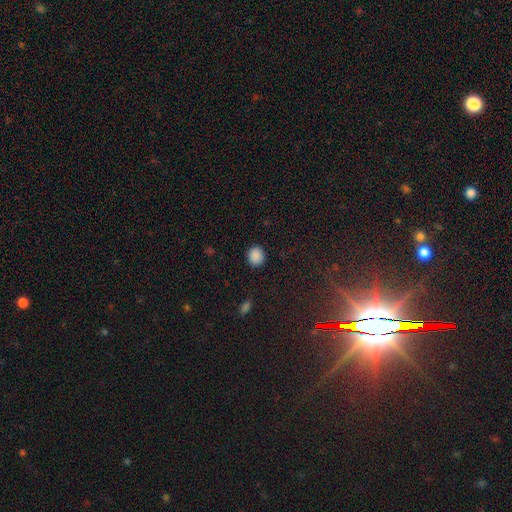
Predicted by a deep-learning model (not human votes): Smooth or featured? Predicted: smooth (p=0.88). How rounded? Predicted: round (p=0.80). Merging? Predicted: none (p=0.90).